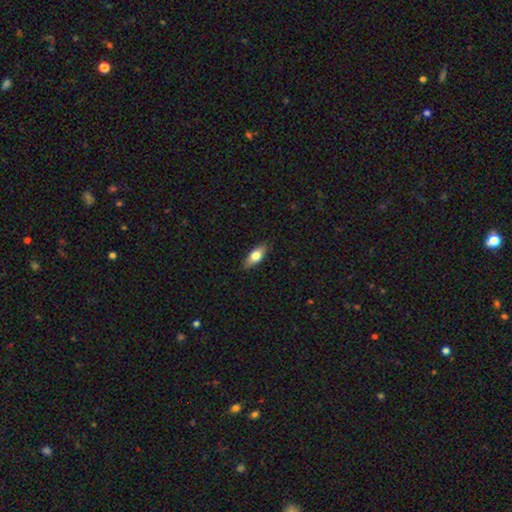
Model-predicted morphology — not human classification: Overall: smooth (69%). How rounded: in between (73%). Merging: none (86%).